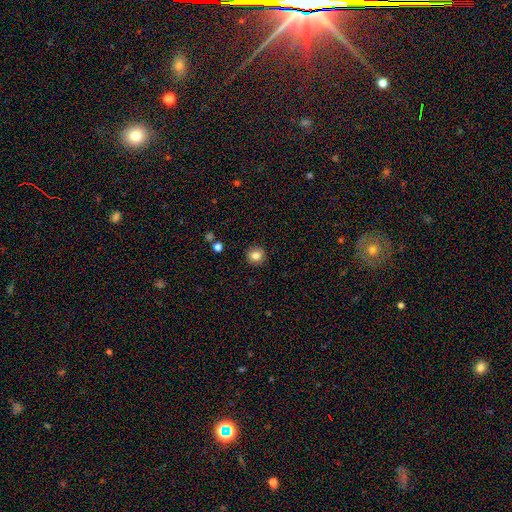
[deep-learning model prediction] Smooth or featured? smooth (82%)
How rounded? round (92%)
Merging? none (91%)